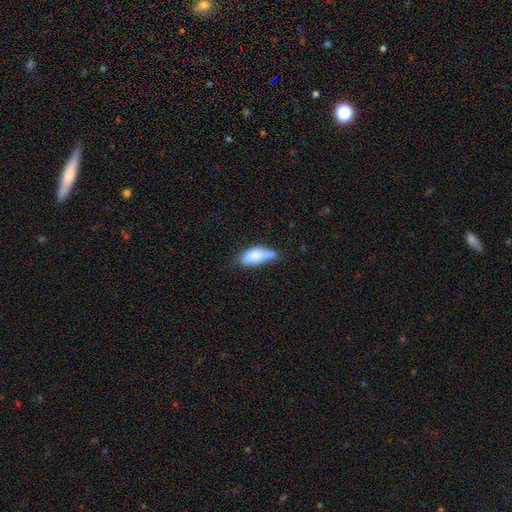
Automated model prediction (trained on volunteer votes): A smooth galaxy with no disk features (75%) that is in between round and cigar-shaped (74%). Merging: minor disturbance (37%).